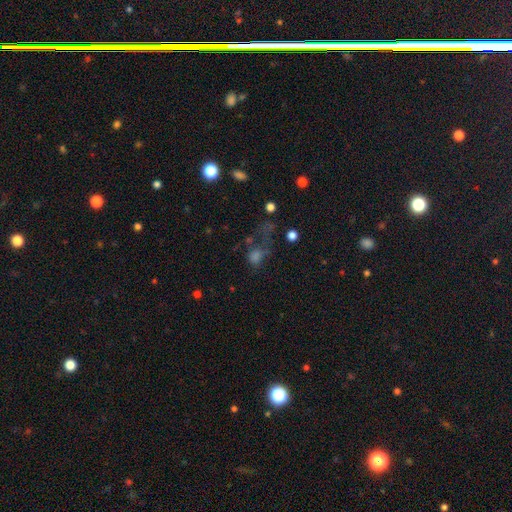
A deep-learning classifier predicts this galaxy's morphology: type=smooth (46%); merging=major disturbance (42%).